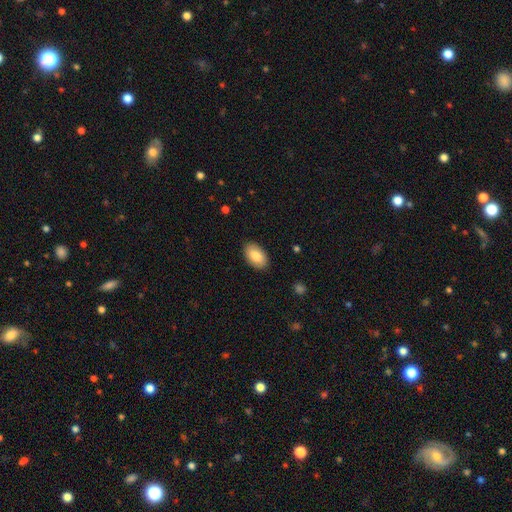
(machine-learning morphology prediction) This appears to be a smooth galaxy with no disk features (84%) that is in between round and cigar-shaped (94%). Merging: none (88%).